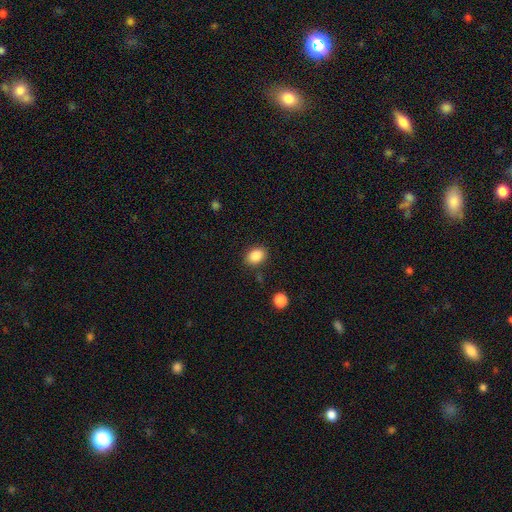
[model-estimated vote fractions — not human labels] Smooth or featured? smooth (86%)
How rounded? in between (71%)
Merging? none (84%)